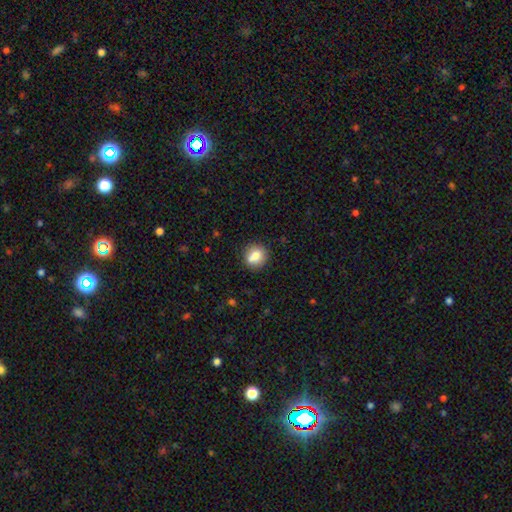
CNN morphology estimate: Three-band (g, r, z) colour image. It shows a smooth galaxy with no disk features (77%) that is round (85%). Merging: none (76%).